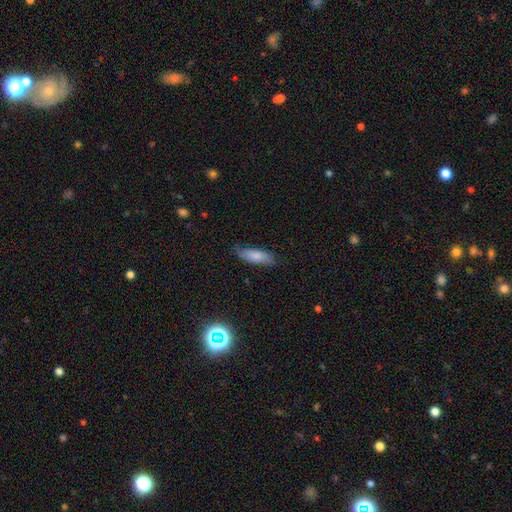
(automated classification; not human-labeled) smooth-or-featured: smooth: 79% | featured or disk: 14% | star or artifact: 7%
  how-rounded: in between: 61% | cigar-shaped: 37% | round: 2%
  merging: none: 78% | minor disturbance: 17% | major disturbance: 3% | merger: 1%